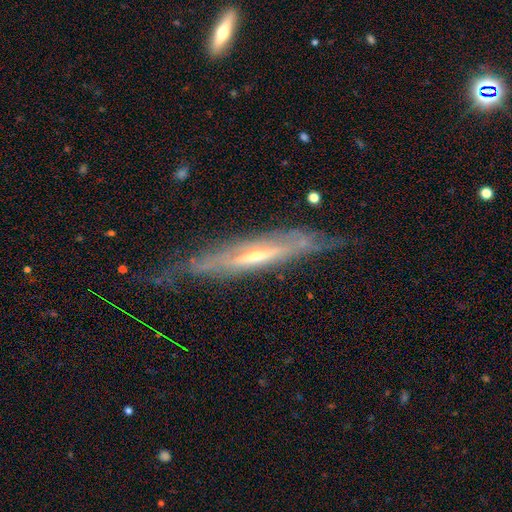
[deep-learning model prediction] Smooth or featured?
  - featured or disk: 81% *
  - smooth: 13%
  - star or artifact: 7%
Edge-on disk?
  - yes: 72% *
  - no: 28%
Edge-on bulge?
  - rounded: 54% *
  - none: 39%
  - boxy: 7%
Merging?
  - none: 68% *
  - minor disturbance: 22%
  - major disturbance: 8%
  - merger: 2%